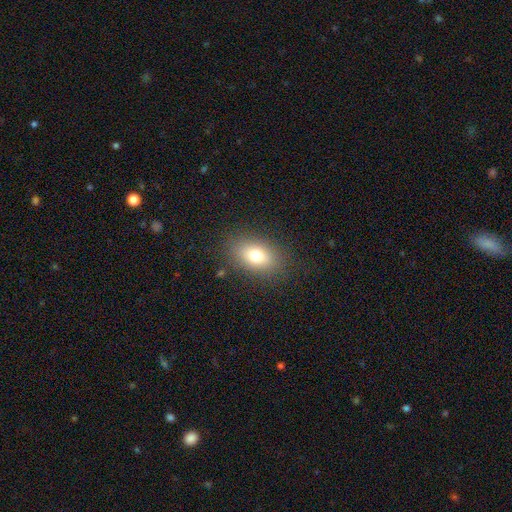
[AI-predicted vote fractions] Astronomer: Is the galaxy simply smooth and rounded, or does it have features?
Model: smooth — 76%.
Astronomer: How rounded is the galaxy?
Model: in between — 82%.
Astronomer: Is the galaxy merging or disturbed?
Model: none — 84%.